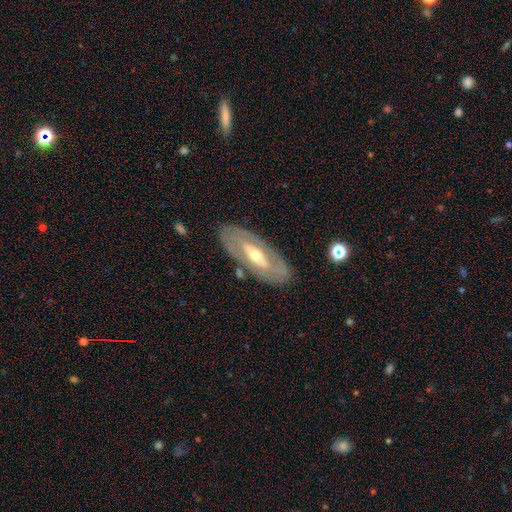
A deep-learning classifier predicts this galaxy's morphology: type=featured or disk (73%); edge-on=no (84%); bar=no (46%); spiral arms=no (56%); bulge=moderate (64%); merging=none (83%).